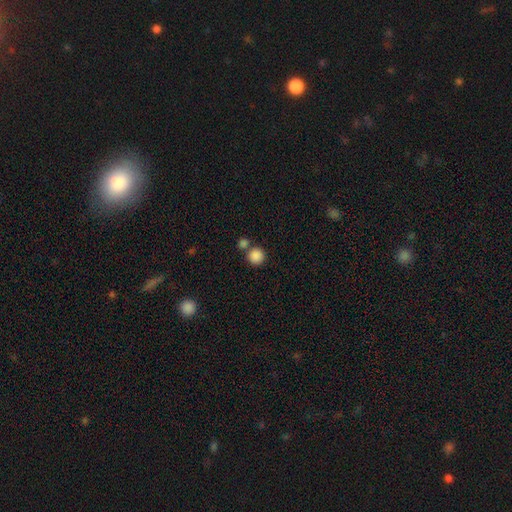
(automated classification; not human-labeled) The model was most divided on "merging": none: 65%, merger: 25%, minor disturbance: 8%, major disturbance: 3%. More confident: how rounded — round (93%); smooth or featured — smooth (87%).